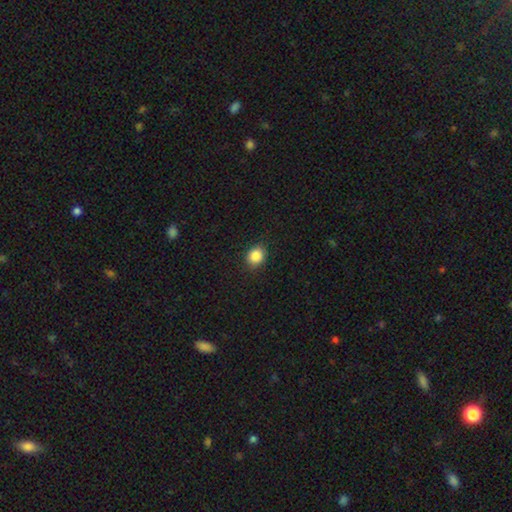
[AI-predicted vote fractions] smooth-or-featured: smooth: 86% | star or artifact: 10% | featured or disk: 4%
  how-rounded: round: 67% | in between: 32% | cigar-shaped: 1%
  merging: none: 87% | minor disturbance: 10% | major disturbance: 2% | merger: 1%